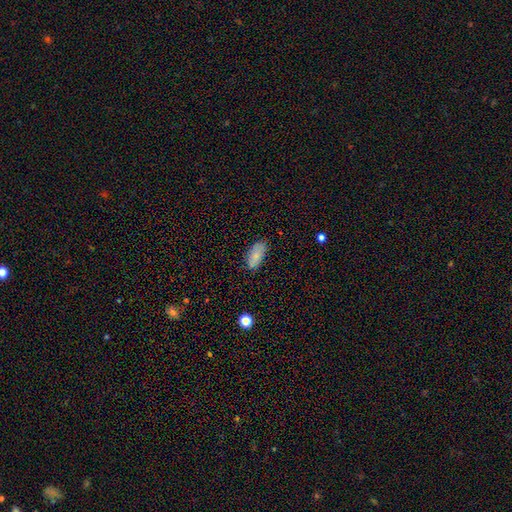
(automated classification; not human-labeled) Smooth or featured: smooth — 78% (featured or disk — 14%)
How rounded: in between — 91% (cigar-shaped — 6%)
Merging: none — 78% (minor disturbance — 17%)